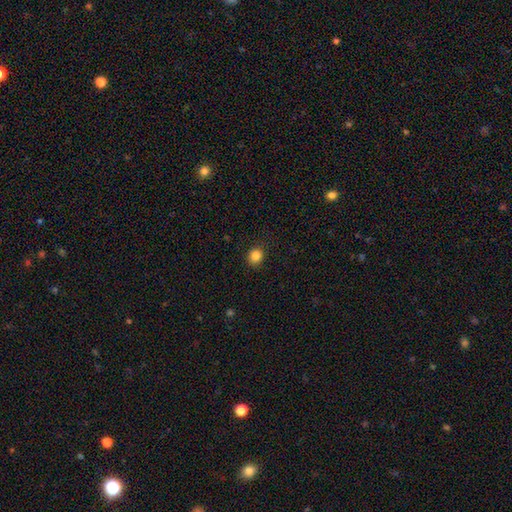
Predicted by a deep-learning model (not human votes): smooth_or_featured: smooth (p=0.84) [alt: star or artifact p=0.11]
how_rounded: round (p=0.79) [alt: in between p=0.20]
merging: none (p=0.89) [alt: minor disturbance p=0.08]